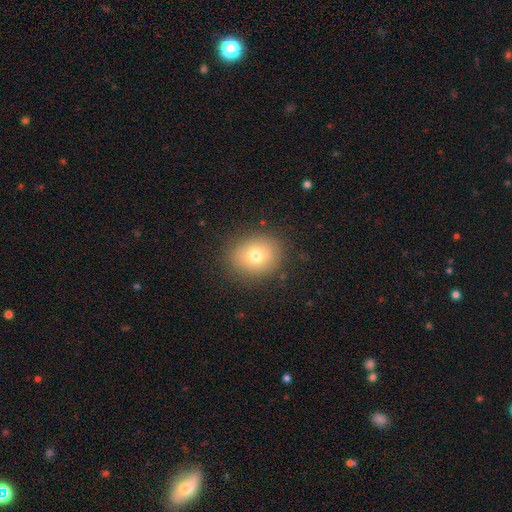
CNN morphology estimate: A smooth galaxy with no disk features (72%) that is round (66%).

Vote fractions:
- Smooth or featured? smooth: 72% / featured or disk: 14% / star or artifact: 13%
- How rounded? round: 66% / in between: 33% / cigar-shaped: 1%
- Merging? none: 86% / minor disturbance: 9% / major disturbance: 3% / merger: 1%